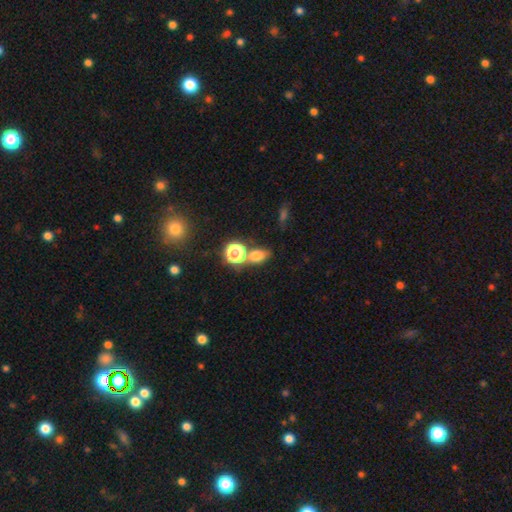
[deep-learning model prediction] This appears to be a smooth galaxy with no disk features (75%) that is in between round and cigar-shaped (62%). Merging: none (47%).